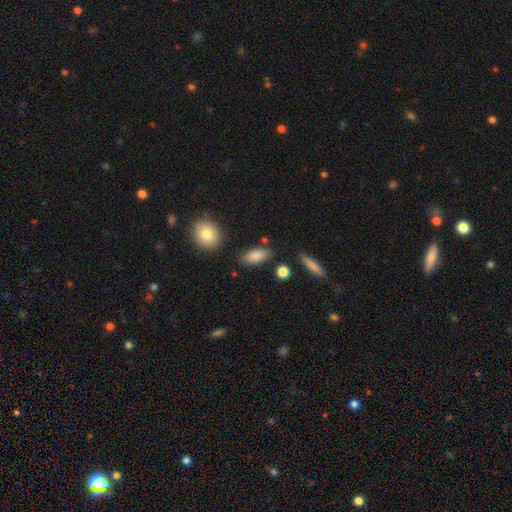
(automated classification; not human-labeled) Morphology: type=smooth (86%); roundness=in between (88%); merging=none (80%).